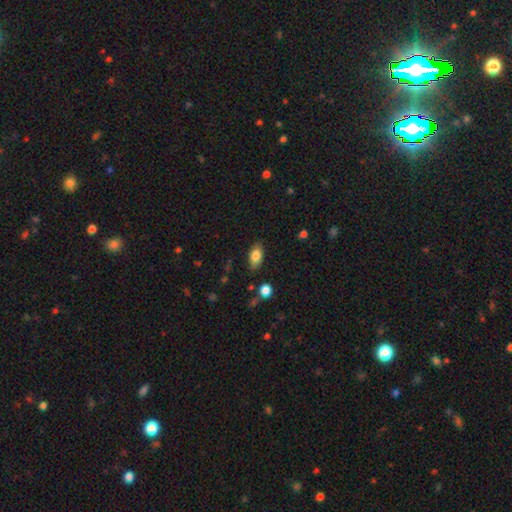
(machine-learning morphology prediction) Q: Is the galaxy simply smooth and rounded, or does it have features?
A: smooth — 82%.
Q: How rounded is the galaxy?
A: in between — 89%.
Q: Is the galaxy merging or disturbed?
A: none — 83%.